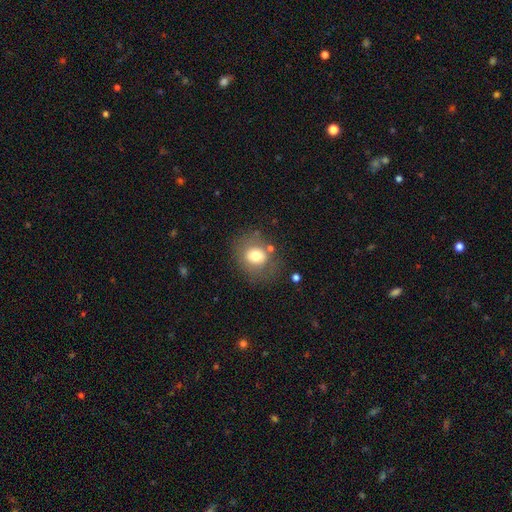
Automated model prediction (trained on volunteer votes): smooth-or-featured: smooth: 71% | featured or disk: 19% | star or artifact: 10%
  how-rounded: round: 70% | in between: 29% | cigar-shaped: 1%
  merging: none: 70% | minor disturbance: 16% | major disturbance: 9% | merger: 5%